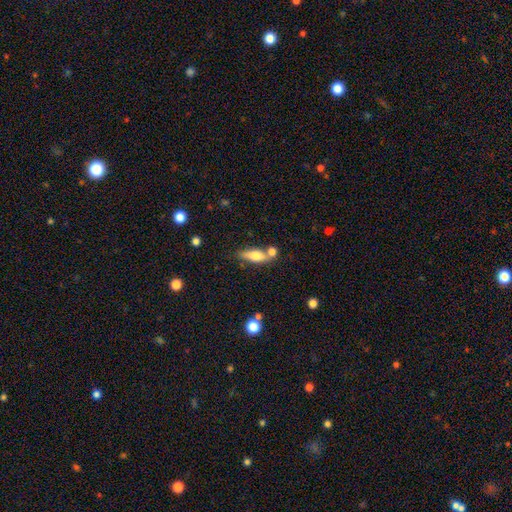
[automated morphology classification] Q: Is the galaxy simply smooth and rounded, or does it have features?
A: smooth — 65%.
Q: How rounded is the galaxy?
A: in between — 51%.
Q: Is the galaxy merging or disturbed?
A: none — 56%.